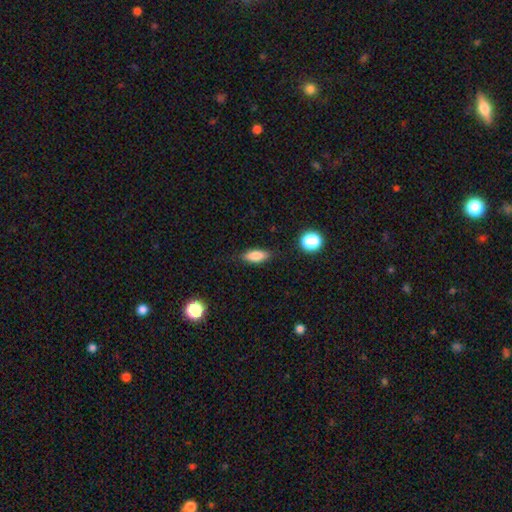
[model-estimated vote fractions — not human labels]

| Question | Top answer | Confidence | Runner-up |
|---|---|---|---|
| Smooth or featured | smooth | 81% | featured or disk (10%) |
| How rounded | in between | 75% | cigar-shaped (21%) |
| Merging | none | 81% | minor disturbance (14%) |